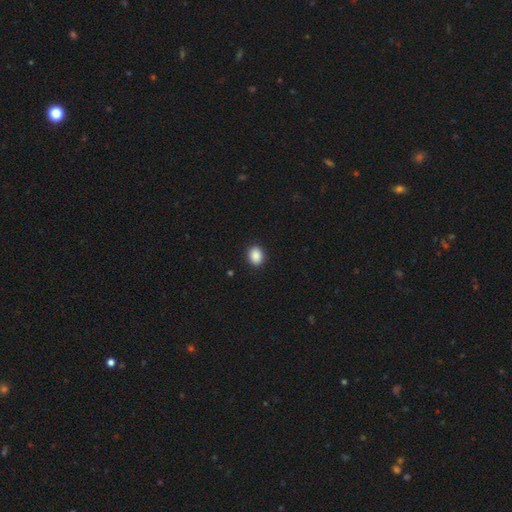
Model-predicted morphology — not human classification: Q: Smooth or featured?
A: smooth (89%); runner-up: star or artifact (8%)
Q: How rounded?
A: in between (56%); runner-up: round (43%)
Q: Merging?
A: none (91%); runner-up: minor disturbance (6%)